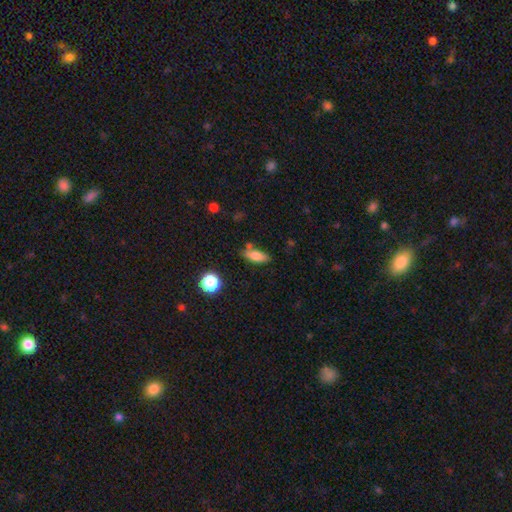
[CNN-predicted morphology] Smooth or featured? smooth (79%)
How rounded? in between (70%)
Merging? none (66%)